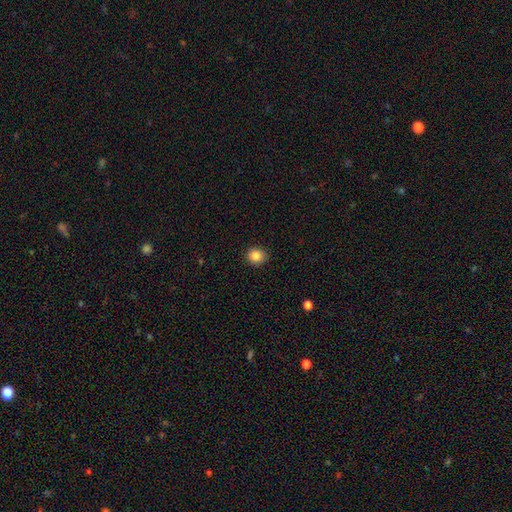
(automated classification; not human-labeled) smooth-or-featured: smooth: 86% | star or artifact: 10% | featured or disk: 4%
  how-rounded: round: 79% | in between: 20% | cigar-shaped: 1%
  merging: none: 89% | minor disturbance: 8% | major disturbance: 2% | merger: 1%